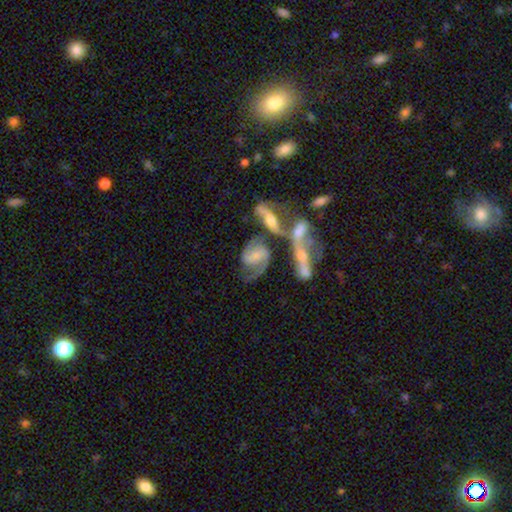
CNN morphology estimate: A featured or disk galaxy (74%) with a weak bar (42%), 2 (76%) medium (44%) spiral arms (90%) and a small central bulge (50%).

Vote fractions:
- Smooth or featured? featured or disk: 74% / smooth: 19% / star or artifact: 7%
- Edge-on disk? no: 94% / yes: 6%
- Bar? weak: 42% / no: 40% / strong: 18%
- Spiral arms? yes: 90% / no: 10%
- Spiral winding? medium: 44% / loose: 35% / tight: 20%
- Spiral arm count? 2: 76% / can't tell: 10% / 1: 9% / 3: 3% / 4: 1% / more than 4: 1%
- Bulge size? small: 50% / moderate: 32% / none: 14% / large: 3% / dominant: 1%
- Merging? merger: 39% / none: 31% / minor disturbance: 16% / major disturbance: 14%